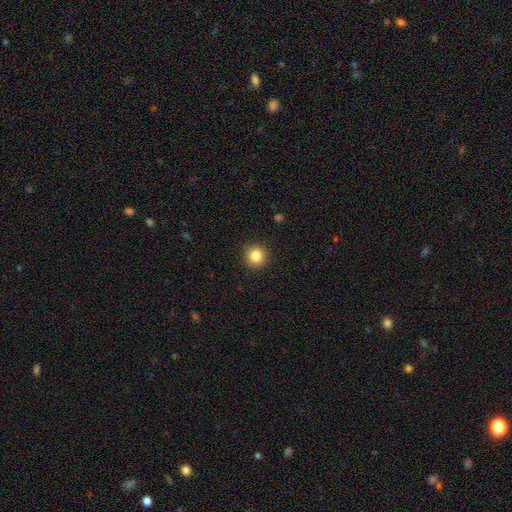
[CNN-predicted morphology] smooth-or-featured: smooth: 85% | star or artifact: 10% | featured or disk: 5%
  how-rounded: round: 93% | in between: 6% | cigar-shaped: 1%
  merging: none: 91% | minor disturbance: 6% | major disturbance: 2% | merger: 1%